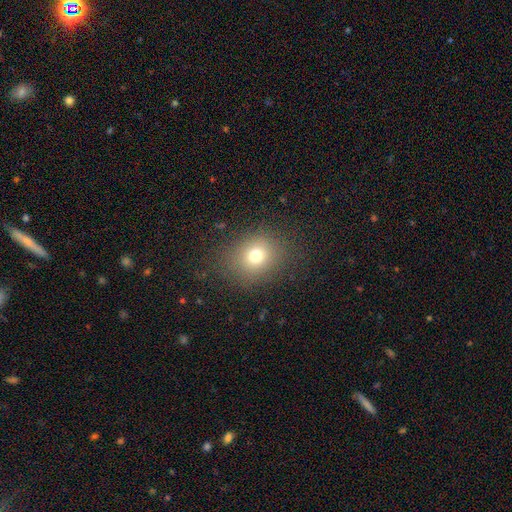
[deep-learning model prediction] smooth_or_featured: smooth (p=0.73) [alt: star or artifact p=0.16]
how_rounded: round (p=0.65) [alt: in between p=0.34]
merging: none (p=0.83) [alt: minor disturbance p=0.10]